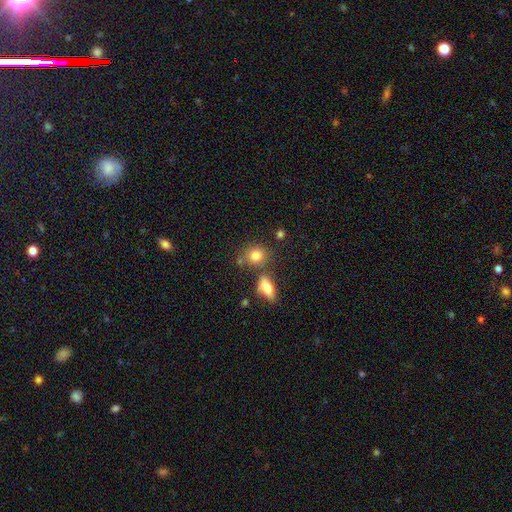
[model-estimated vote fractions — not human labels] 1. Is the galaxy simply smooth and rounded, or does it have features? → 80% smooth, 11% star or artifact, 9% featured or disk.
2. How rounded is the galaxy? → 70% round, 28% in between, 2% cigar-shaped.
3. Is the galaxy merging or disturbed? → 63% none, 19% merger, 13% minor disturbance, 5% major disturbance.